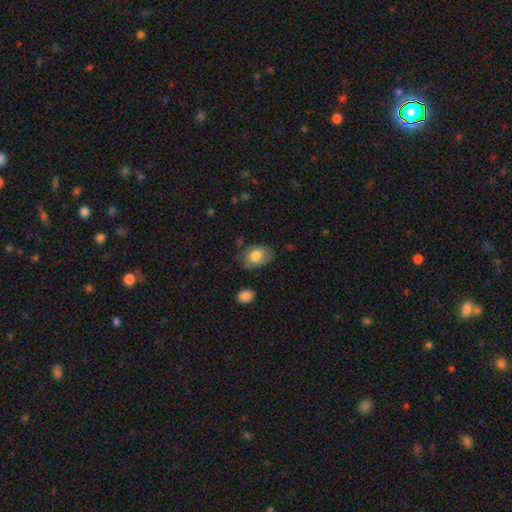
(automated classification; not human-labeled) This appears to be a smooth galaxy with no disk features (79%) that is in between round and cigar-shaped (76%). Merging: none (63%).